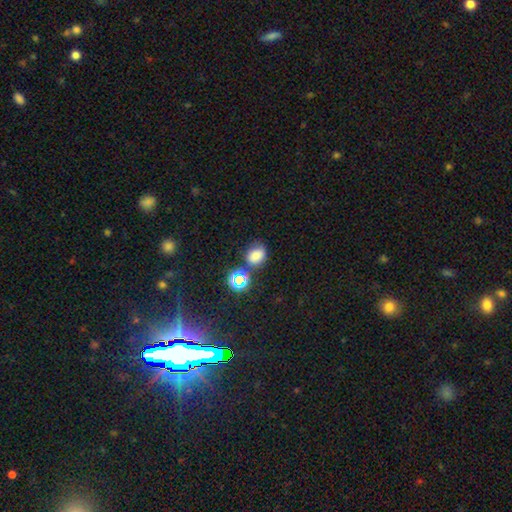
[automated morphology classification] smooth_or_featured: smooth (p=0.71) [alt: star or artifact p=0.20]
how_rounded: in between (p=0.51) [alt: round p=0.48]
merging: none (p=0.63) [alt: minor disturbance p=0.21]